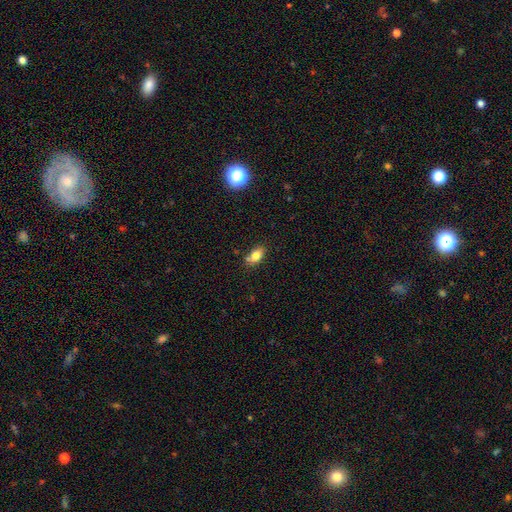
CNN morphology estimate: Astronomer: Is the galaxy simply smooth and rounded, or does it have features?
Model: smooth — 79%.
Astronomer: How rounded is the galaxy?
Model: in between — 85%.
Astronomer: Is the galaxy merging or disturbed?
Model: none — 68%.